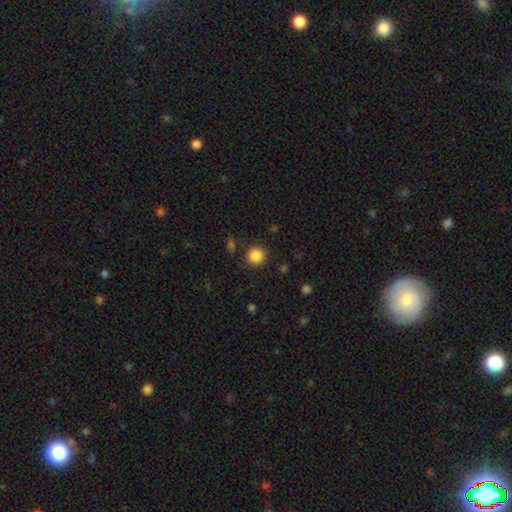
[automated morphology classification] This appears to be a smooth galaxy with no disk features (86%) that is round (93%). Merging: none (89%).